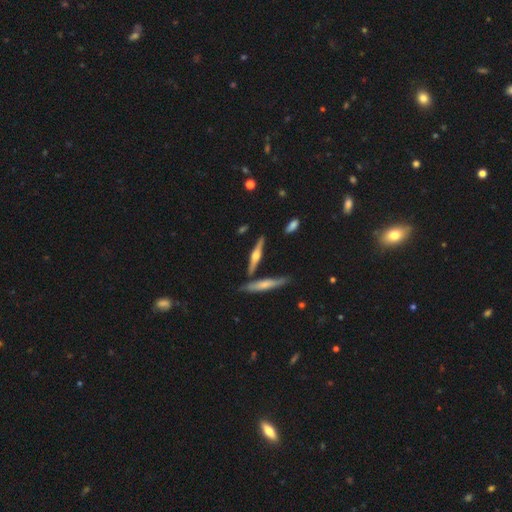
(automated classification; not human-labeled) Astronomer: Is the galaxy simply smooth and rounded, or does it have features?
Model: featured or disk — 72%.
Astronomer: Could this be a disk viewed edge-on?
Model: yes — 97%.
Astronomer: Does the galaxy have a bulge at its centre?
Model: rounded — 94%.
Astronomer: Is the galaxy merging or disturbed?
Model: none — 79%.